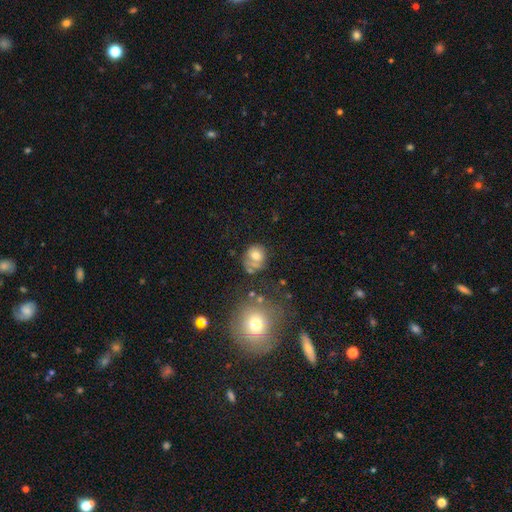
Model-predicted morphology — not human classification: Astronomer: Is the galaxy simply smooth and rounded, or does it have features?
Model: smooth — 68%.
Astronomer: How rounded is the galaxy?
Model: round — 76%.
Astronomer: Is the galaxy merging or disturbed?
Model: none — 49%.